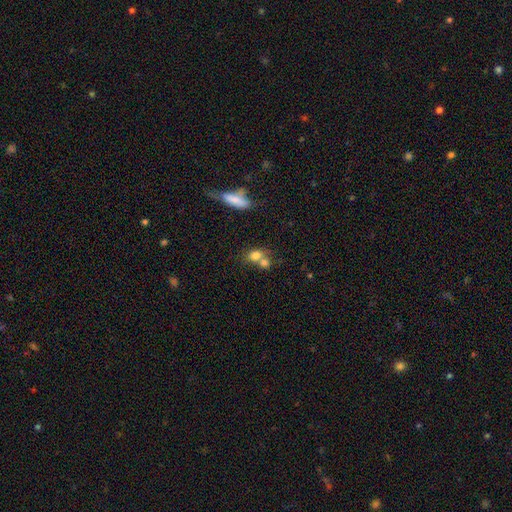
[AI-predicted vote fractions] This is likely a smooth galaxy (77%). How rounded: possibly in between (52%). Merging: possibly merger (53%).